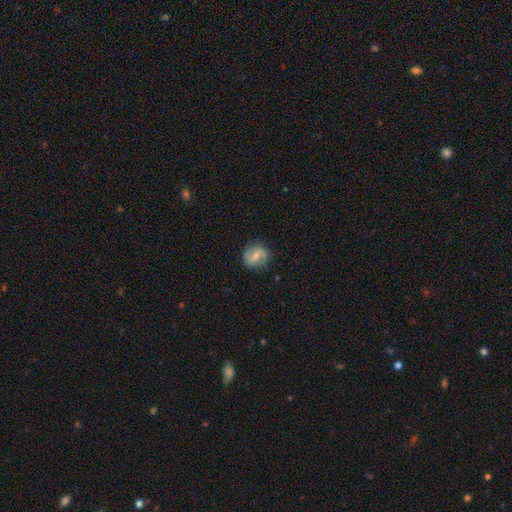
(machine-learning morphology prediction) A featured or disk galaxy (67%) with a weak bar (49%), 2 (90%) medium (47%) spiral arms (88%) and a moderate central bulge (58%). Merging: none (83%).